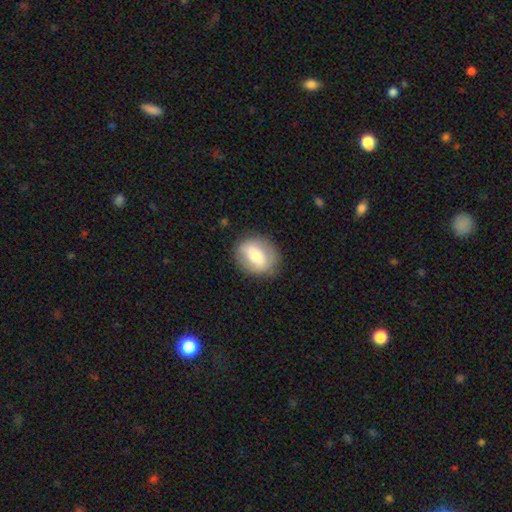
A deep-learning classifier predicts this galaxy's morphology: Smooth or featured: smooth — 53% (featured or disk — 39%)
How rounded: round — 54% (in between — 45%)
Merging: none — 82% (minor disturbance — 13%)